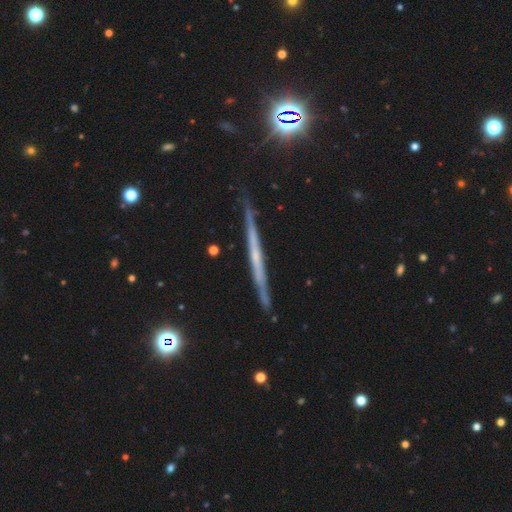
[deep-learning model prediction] This is likely a featured or disk galaxy (65%). It is clearly viewed edge-on (97%). Edge-on bulge: clearly none (81%). Merging: clearly none (85%).